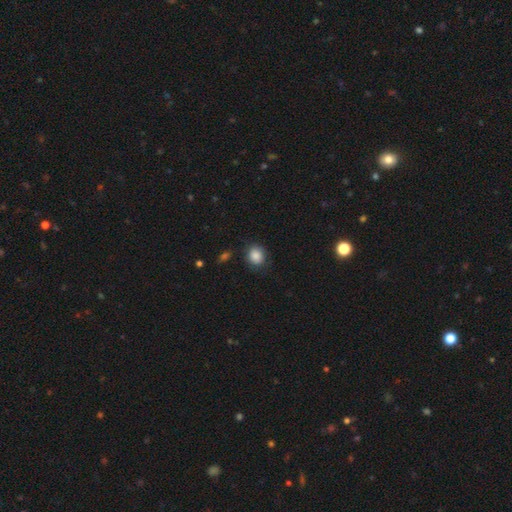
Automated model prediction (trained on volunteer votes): Morphology: type=smooth (86%); roundness=round (69%); merging=none (80%).